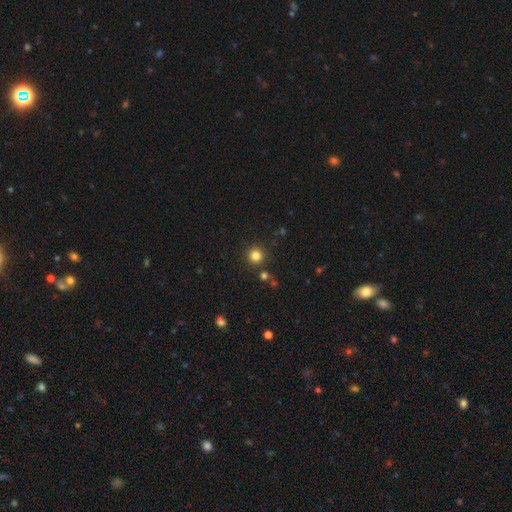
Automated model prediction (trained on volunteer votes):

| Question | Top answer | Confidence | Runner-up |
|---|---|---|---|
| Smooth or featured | smooth | 81% | star or artifact (14%) |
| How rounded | round | 95% | in between (4%) |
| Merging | none | 88% | minor disturbance (6%) |